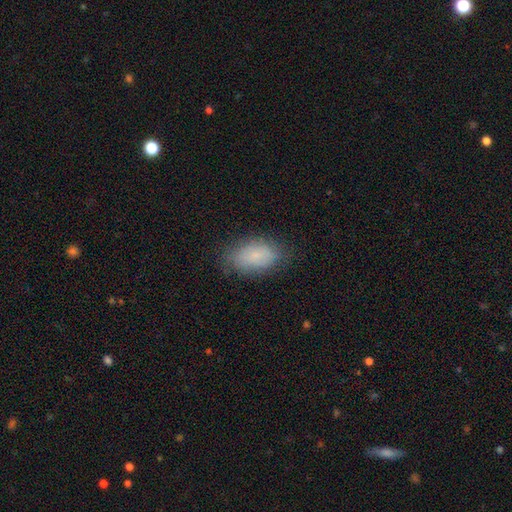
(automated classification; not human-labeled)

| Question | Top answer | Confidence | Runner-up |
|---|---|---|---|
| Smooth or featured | smooth | 78% | featured or disk (13%) |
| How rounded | in between | 91% | round (7%) |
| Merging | none | 76% | minor disturbance (17%) |